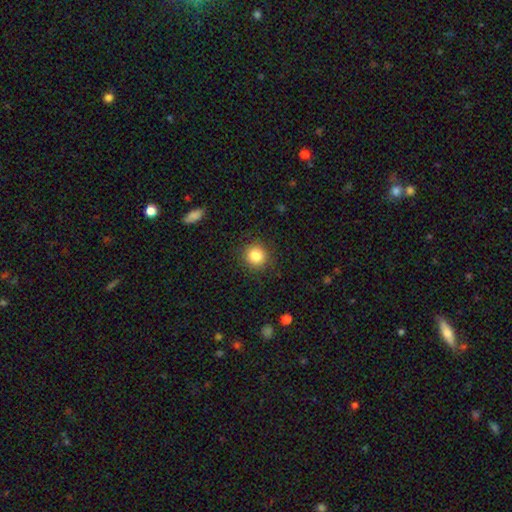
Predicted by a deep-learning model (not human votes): Smooth or featured? smooth (84%)
How rounded? round (93%)
Merging? none (90%)